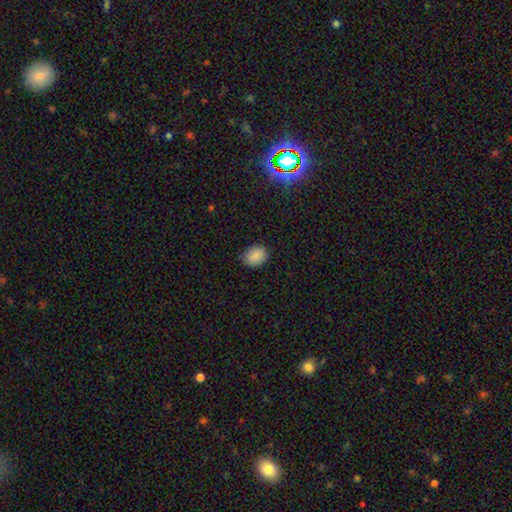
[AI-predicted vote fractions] Smooth or featured? Predicted: smooth (p=0.87). How rounded? Predicted: in between (p=0.54). Merging? Predicted: none (p=0.83).